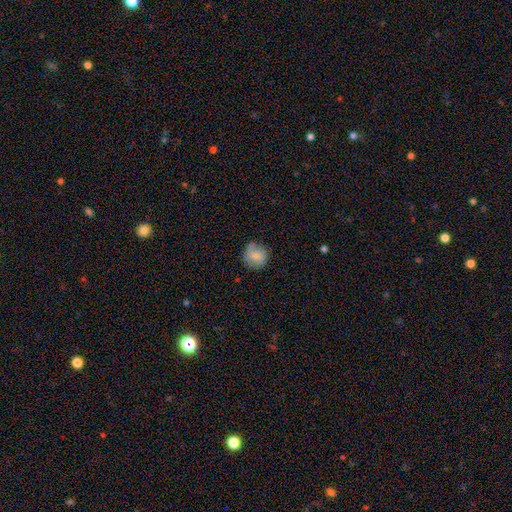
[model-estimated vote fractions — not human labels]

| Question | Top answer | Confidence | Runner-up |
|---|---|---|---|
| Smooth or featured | smooth | 75% | featured or disk (17%) |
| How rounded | round | 88% | in between (11%) |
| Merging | none | 67% | minor disturbance (23%) |